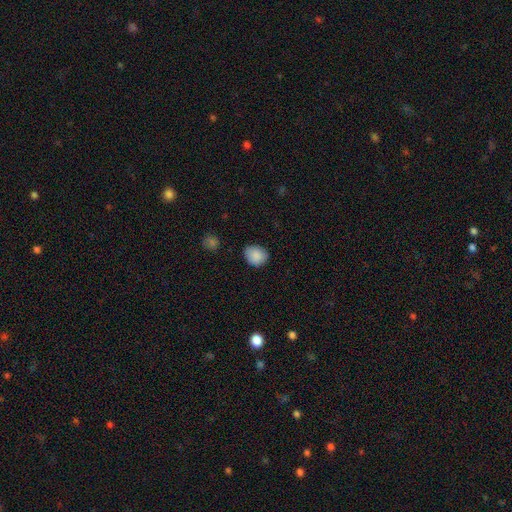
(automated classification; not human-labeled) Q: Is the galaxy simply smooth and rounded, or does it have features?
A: smooth — 88%.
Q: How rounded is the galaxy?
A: round — 64%.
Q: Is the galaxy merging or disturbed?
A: none — 79%.